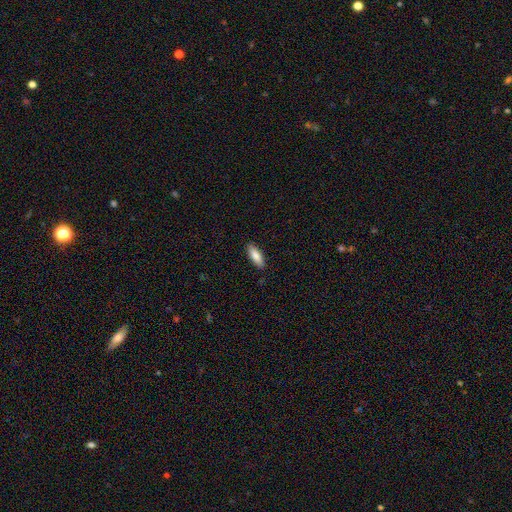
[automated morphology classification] This is clearly a smooth galaxy (85%). How rounded: possibly in between (60%). Merging: clearly none (89%).